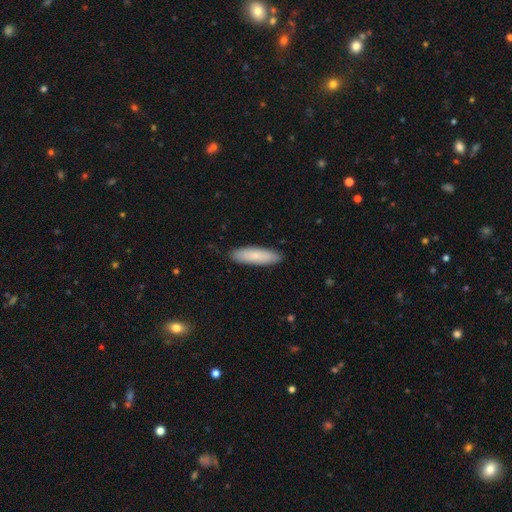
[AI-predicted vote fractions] This is likely a smooth galaxy (78%). How rounded: possibly cigar-shaped (58%). Merging: clearly none (88%).